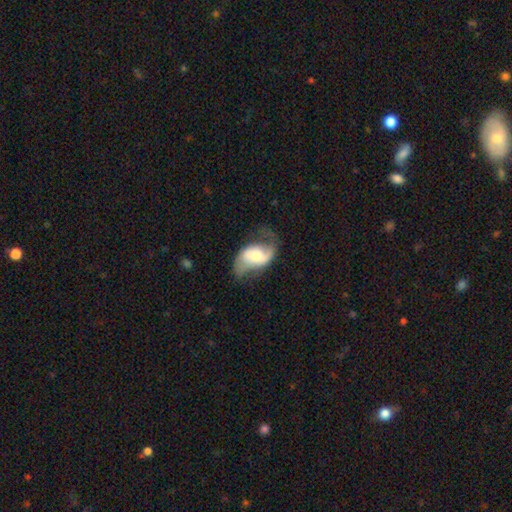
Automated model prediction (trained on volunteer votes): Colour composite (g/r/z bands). It shows a featured or disk galaxy (70%) with no bar (40%, tied with weak), 2 (81%) loose (57%) spiral arms (88%) and a moderate central bulge (47%). Merging: none (49%).